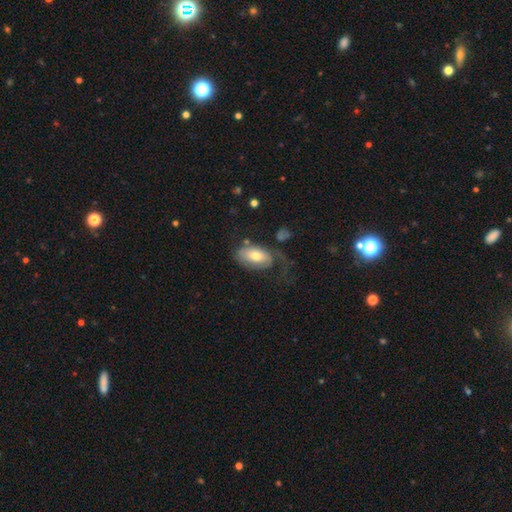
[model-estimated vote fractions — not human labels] Q: Smooth or featured?
A: smooth (58%); runner-up: featured or disk (36%)
Q: How rounded?
A: in between (92%); runner-up: round (6%)
Q: Merging?
A: major disturbance (38%); runner-up: none (35%)